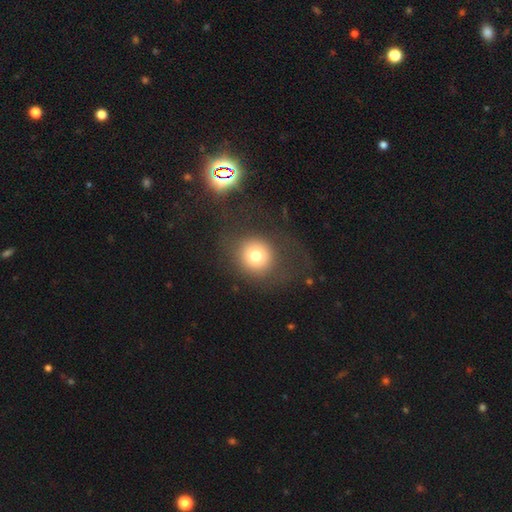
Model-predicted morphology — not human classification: Smooth or featured: smooth — 74% (featured or disk — 14%)
How rounded: round — 90% (in between — 9%)
Merging: none — 68% (major disturbance — 17%)